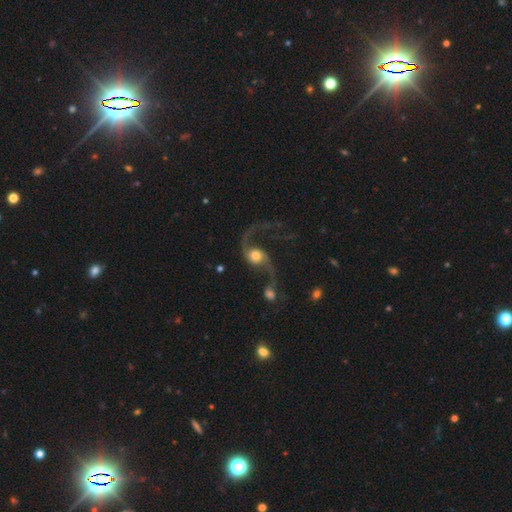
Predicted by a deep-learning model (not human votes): A featured or disk galaxy (83%) with no bar (68%), 2 (89%) loose (86%) spiral arms (95%) and a moderate central bulge (52%).

Vote fractions:
- Smooth or featured? featured or disk: 83% / smooth: 10% / star or artifact: 6%
- Edge-on disk? no: 97% / yes: 3%
- Bar? no: 68% / weak: 24% / strong: 8%
- Spiral arms? yes: 95% / no: 5%
- Spiral winding? loose: 86% / medium: 12% / tight: 2%
- Spiral arm count? 2: 89% / 1: 6% / can't tell: 2% / 3: 1% / 4: 1% / more than 4: 1%
- Bulge size? moderate: 52% / large: 29% / small: 12% / dominant: 5% / none: 2%
- Merging? none: 37% / merger: 33% / major disturbance: 18% / minor disturbance: 12%